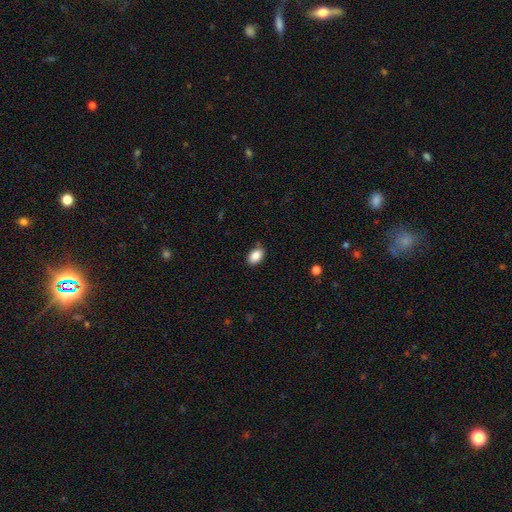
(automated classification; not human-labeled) Smooth or featured? smooth (87%)
How rounded? in between (86%)
Merging? none (78%)